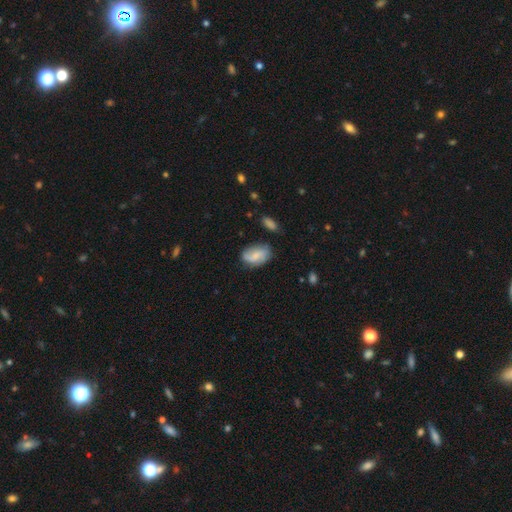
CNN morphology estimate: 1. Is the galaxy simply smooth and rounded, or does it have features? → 56% smooth, 36% featured or disk, 8% star or artifact.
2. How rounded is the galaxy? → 87% in between, 10% round, 3% cigar-shaped.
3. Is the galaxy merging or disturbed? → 65% none, 24% minor disturbance, 7% major disturbance, 4% merger.